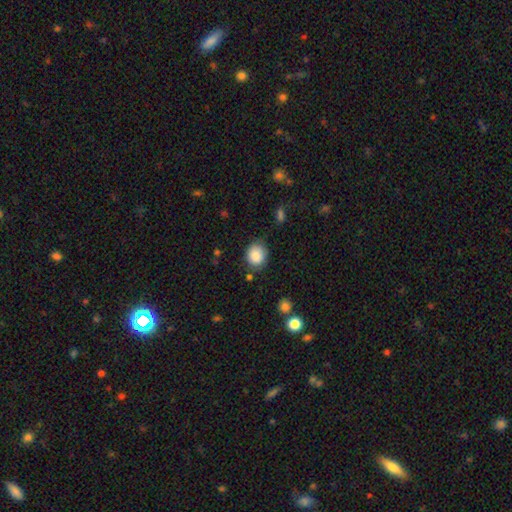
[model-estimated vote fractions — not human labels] Smooth or featured? Predicted: smooth (p=0.86). How rounded? Predicted: round (p=0.72). Merging? Predicted: none (p=0.78).